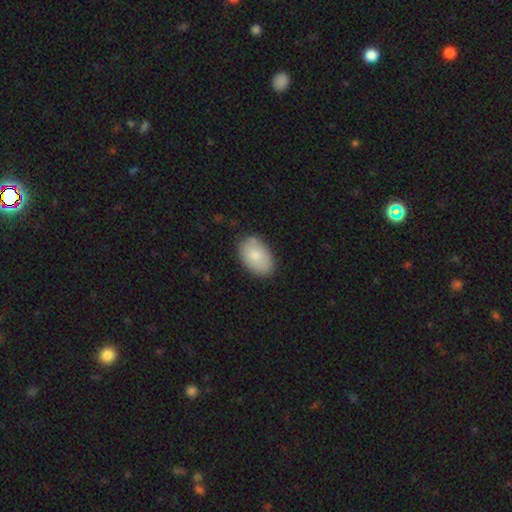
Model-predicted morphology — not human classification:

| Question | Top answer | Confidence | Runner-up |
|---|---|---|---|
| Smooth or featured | smooth | 81% | featured or disk (13%) |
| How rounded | in between | 90% | round (9%) |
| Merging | none | 81% | minor disturbance (15%) |